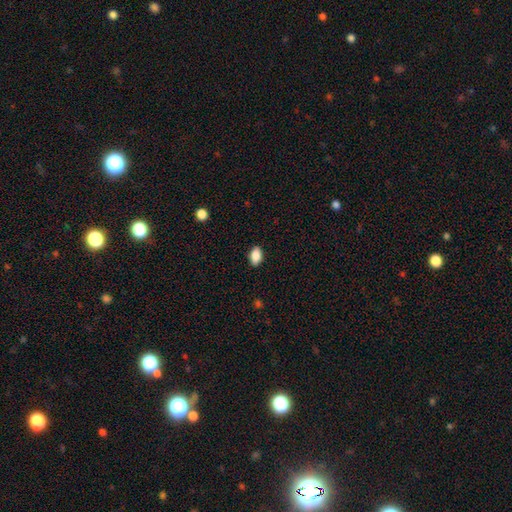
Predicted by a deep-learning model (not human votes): smooth_or_featured: smooth (p=0.88) [alt: star or artifact p=0.08]
how_rounded: in between (p=0.90) [alt: round p=0.08]
merging: none (p=0.88) [alt: minor disturbance p=0.09]